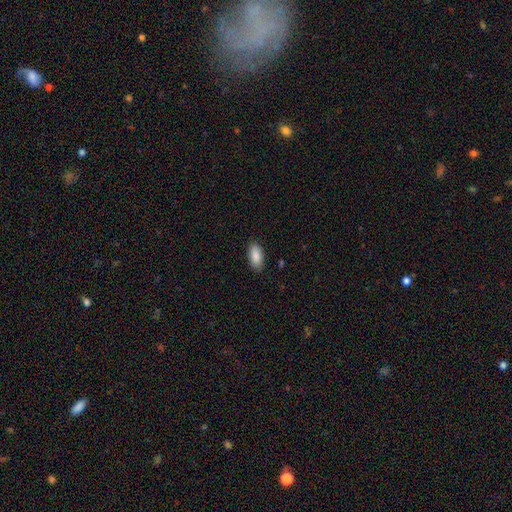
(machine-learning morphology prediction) This appears to be a smooth galaxy with no disk features (90%) that is in between round and cigar-shaped (91%). Merging: none (88%).